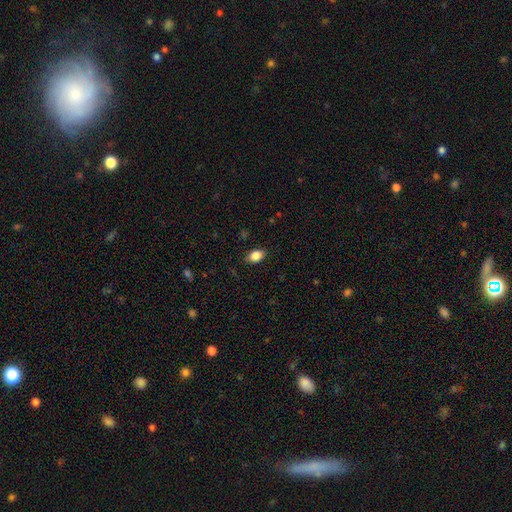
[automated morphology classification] Smooth or featured: smooth — 85% (star or artifact — 8%)
How rounded: in between — 83% (round — 15%)
Merging: none — 85% (minor disturbance — 12%)